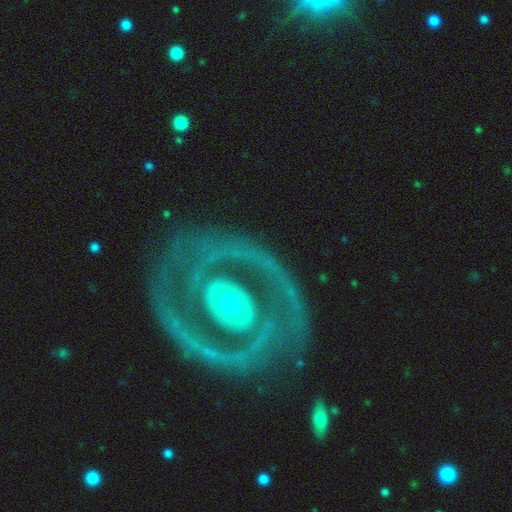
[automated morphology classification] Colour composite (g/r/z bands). It shows a featured or disk galaxy (86%) with no bar (73%), 2 (55%) tight (69%) spiral arms (74%) and a moderate central bulge (51%). Merging: none (76%).